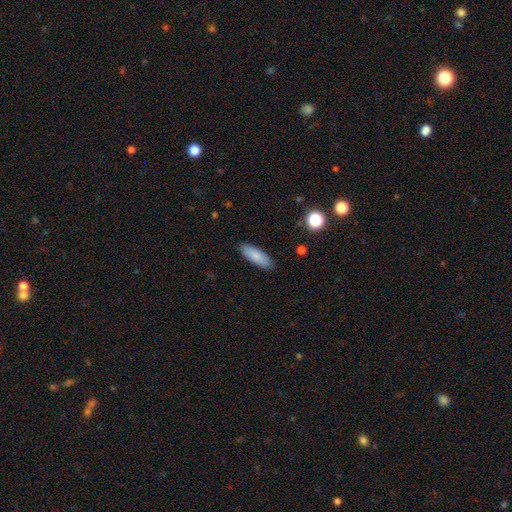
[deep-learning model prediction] Smooth or featured? Predicted: smooth (p=0.86). How rounded? Predicted: in between (p=0.62). Merging? Predicted: none (p=0.88).